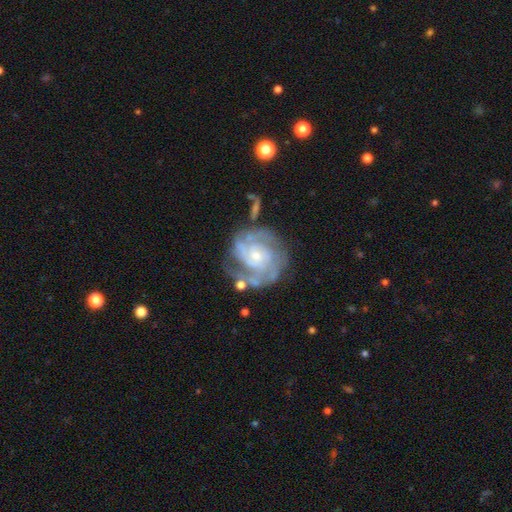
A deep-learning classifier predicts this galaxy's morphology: A featured or disk galaxy (87%) with no bar (69%), 2 (30%) tight (62%) spiral arms (95%) and a small central bulge (62%).

Vote fractions:
- Smooth or featured? featured or disk: 87% / smooth: 8% / star or artifact: 5%
- Edge-on disk? no: 98% / yes: 2%
- Bar? no: 69% / weak: 26% / strong: 5%
- Spiral arms? yes: 95% / no: 5%
- Spiral winding? tight: 62% / medium: 31% / loose: 7%
- Spiral arm count? 2: 30% / 3: 26% / can't tell: 24% / 4: 10% / 1: 5% / more than 4: 5%
- Bulge size? small: 62% / moderate: 32% / none: 3% / large: 2% / dominant: 1%
- Merging? none: 59% / minor disturbance: 21% / major disturbance: 13% / merger: 7%